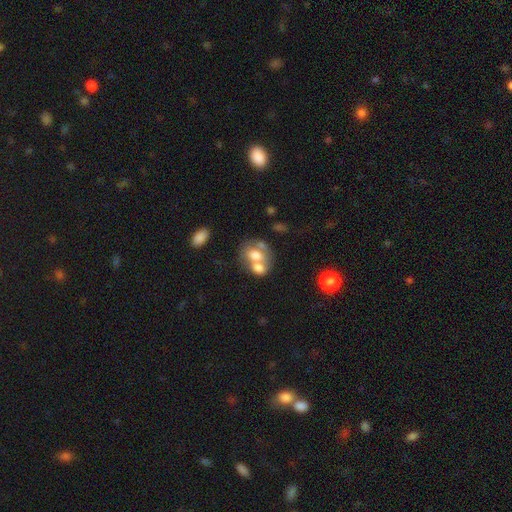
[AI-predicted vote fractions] Smooth or featured?
  - smooth: 64% *
  - featured or disk: 27%
  - star or artifact: 9%
How rounded?
  - in between: 67% *
  - round: 31%
  - cigar-shaped: 1%
Merging?
  - merger: 60% *
  - none: 25%
  - minor disturbance: 9%
  - major disturbance: 6%